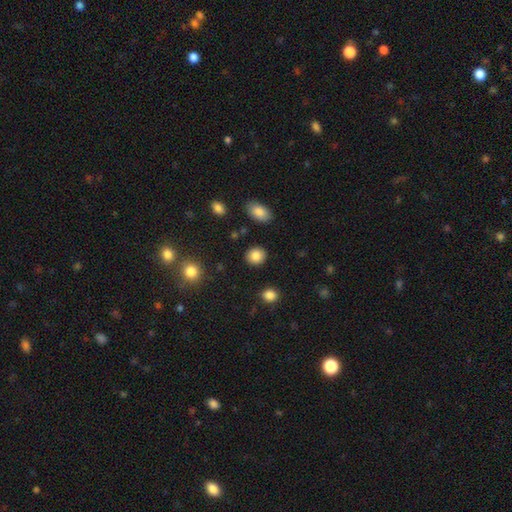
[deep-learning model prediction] Smooth or featured? Predicted: smooth (p=0.86). How rounded? Predicted: round (p=0.75). Merging? Predicted: none (p=0.90).